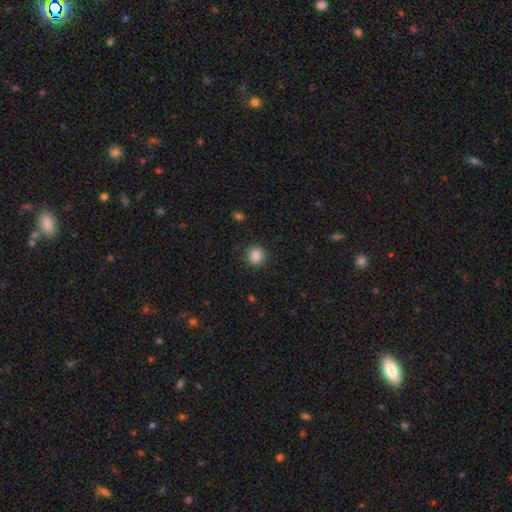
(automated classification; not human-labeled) Smooth or featured: smooth — 87% (star or artifact — 10%)
How rounded: round — 81% (in between — 18%)
Merging: none — 87% (minor disturbance — 9%)